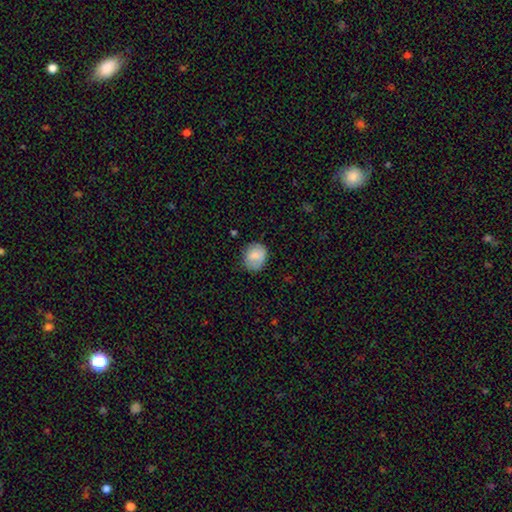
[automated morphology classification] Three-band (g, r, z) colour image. It shows a smooth galaxy with no disk features (80%) that is round (68%). Merging: none (71%).